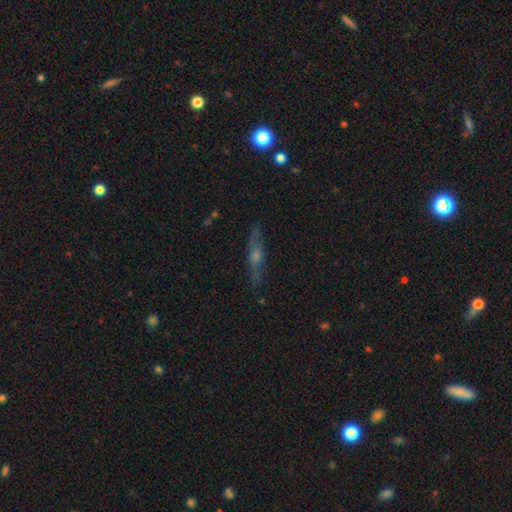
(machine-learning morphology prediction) Smooth or featured: featured or disk — 65% (smooth — 23%)
Edge-on disk: yes — 87% (no — 13%)
Edge-on bulge: rounded — 86% (none — 8%)
Merging: none — 84% (minor disturbance — 12%)